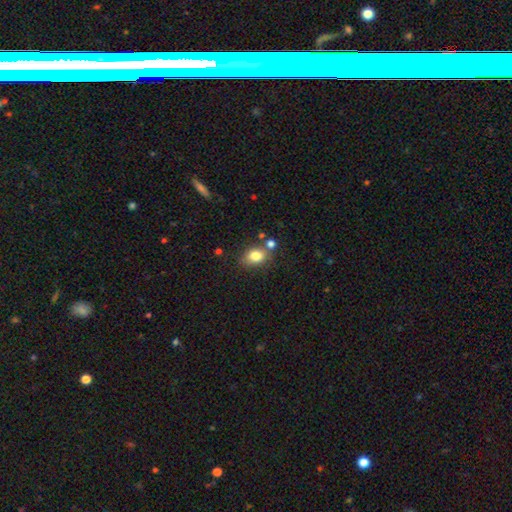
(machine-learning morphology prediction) Smooth or featured: smooth — 81% (star or artifact — 11%)
How rounded: in between — 64% (round — 35%)
Merging: none — 67% (minor disturbance — 15%)